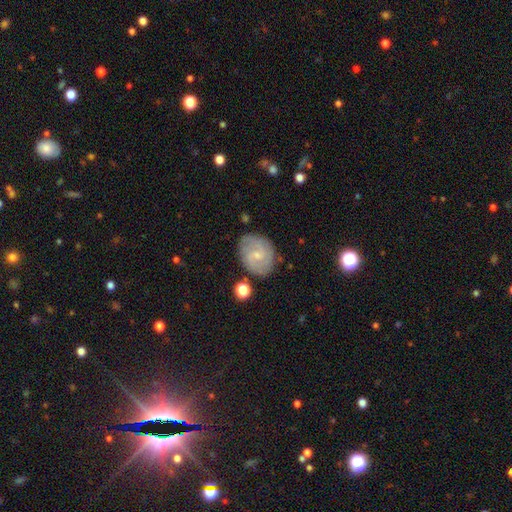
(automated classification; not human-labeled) featured or disk 63%, smooth 29%, star or artifact 8%. Down the decision tree: edge-on disk — no (97%); bar — no (51%); spiral arms — yes (87%); spiral arm count — 2 (49%); spiral winding — tight (45%); bulge size — small (72%); merging — none (77%).